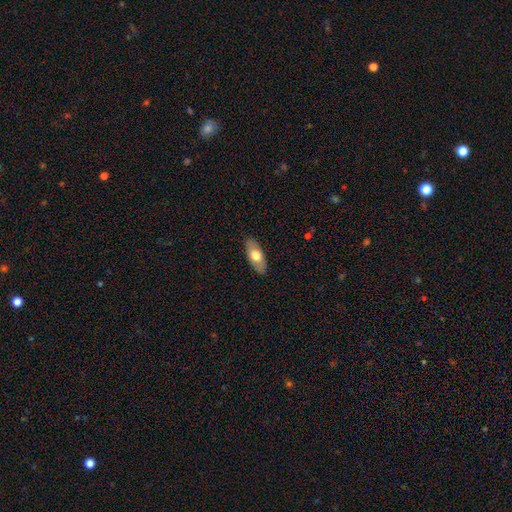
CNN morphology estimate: A smooth galaxy with no disk features (67%) that is in between round and cigar-shaped (85%).

Vote fractions:
- Smooth or featured? smooth: 67% / featured or disk: 27% / star or artifact: 6%
- How rounded? in between: 85% / cigar-shaped: 12% / round: 3%
- Merging? none: 87% / minor disturbance: 10% / major disturbance: 2% / merger: 1%